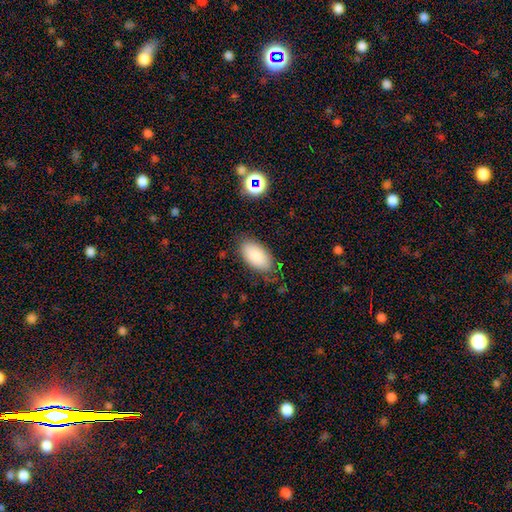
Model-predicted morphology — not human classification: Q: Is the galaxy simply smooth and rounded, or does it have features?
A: smooth — 85%.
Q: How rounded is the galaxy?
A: in between — 95%.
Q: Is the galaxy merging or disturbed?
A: none — 75%.